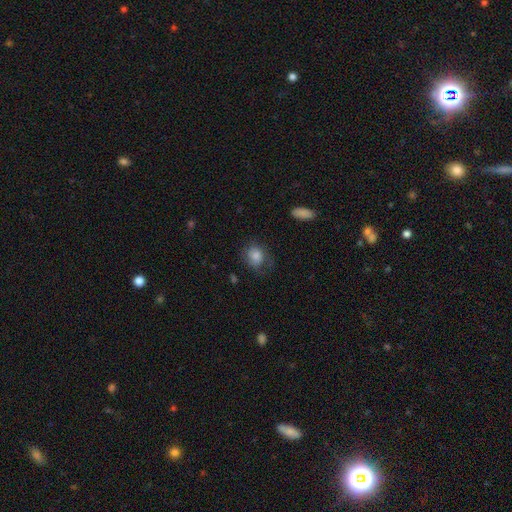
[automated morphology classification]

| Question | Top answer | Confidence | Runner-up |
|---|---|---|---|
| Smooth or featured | smooth | 75% | featured or disk (16%) |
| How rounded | round | 65% | in between (34%) |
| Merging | none | 58% | minor disturbance (24%) |